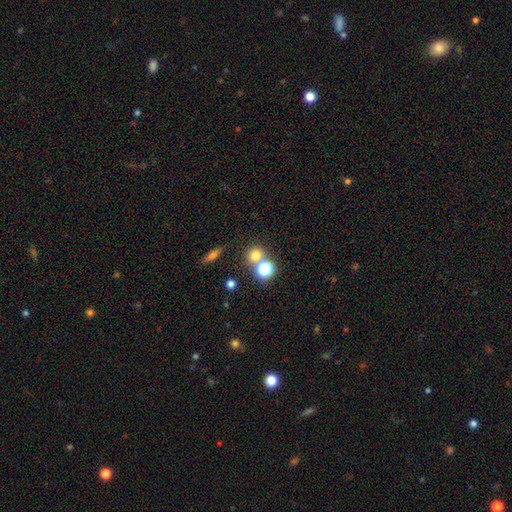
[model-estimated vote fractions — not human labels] Q: Smooth or featured?
A: smooth (71%); runner-up: star or artifact (19%)
Q: How rounded?
A: round (87%); runner-up: in between (11%)
Q: Merging?
A: none (58%); runner-up: merger (31%)